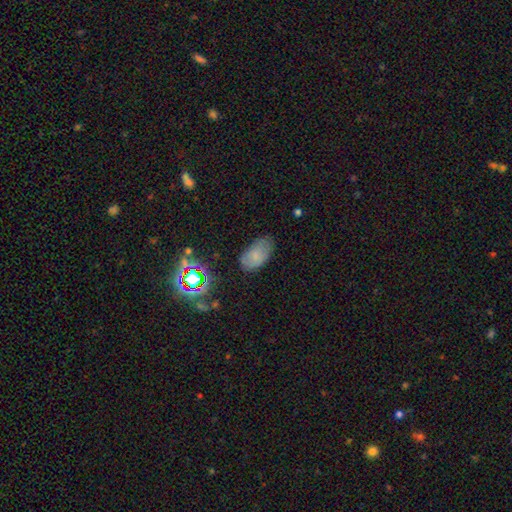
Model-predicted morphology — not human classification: smooth 71%, featured or disk 15%, star or artifact 14%. Down the decision tree: how rounded — in between (93%); merging — none (68%).